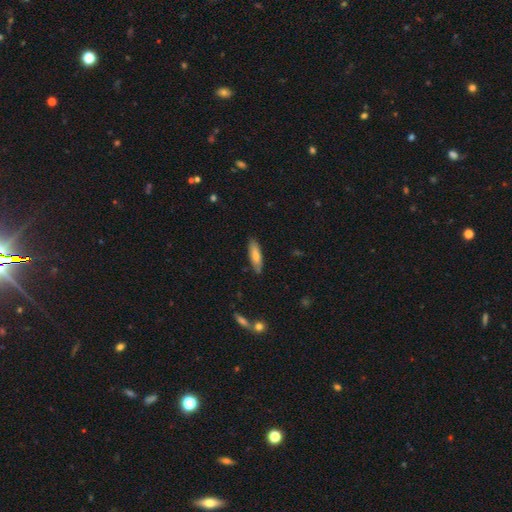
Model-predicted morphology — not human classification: A smooth galaxy with no disk features (69%) that is cigar-shaped (56%).

Vote fractions:
- Smooth or featured? smooth: 69% / featured or disk: 25% / star or artifact: 6%
- How rounded? cigar-shaped: 56% / in between: 42% / round: 2%
- Merging? none: 85% / minor disturbance: 12% / major disturbance: 2% / merger: 1%